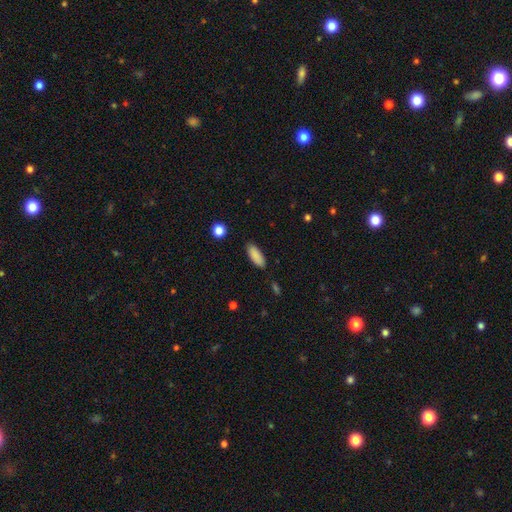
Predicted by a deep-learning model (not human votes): Smooth or featured: smooth — 88% (star or artifact — 7%)
How rounded: in between — 73% (cigar-shaped — 25%)
Merging: none — 86% (minor disturbance — 10%)